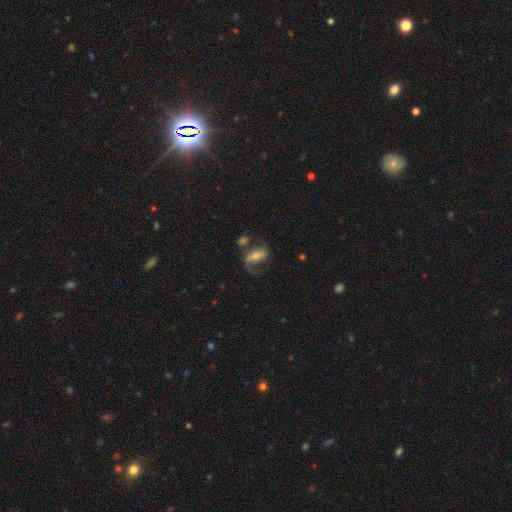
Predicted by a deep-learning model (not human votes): A featured or disk galaxy (70%) with a strong bar (42%), 2 (58%) loose (50%) spiral arms (84%) and a moderate central bulge (48%). Merging: none (42%).